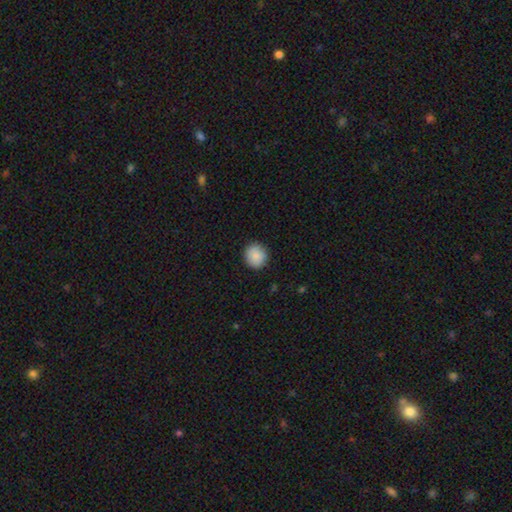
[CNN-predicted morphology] A smooth galaxy with no disk features (87%) that is round (86%). Merging: none (89%).